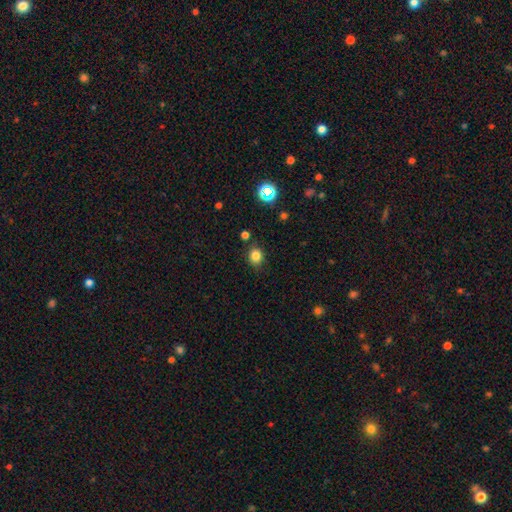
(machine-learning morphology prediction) Smooth or featured: smooth — 81% (star or artifact — 14%)
How rounded: round — 72% (in between — 27%)
Merging: none — 84% (minor disturbance — 10%)